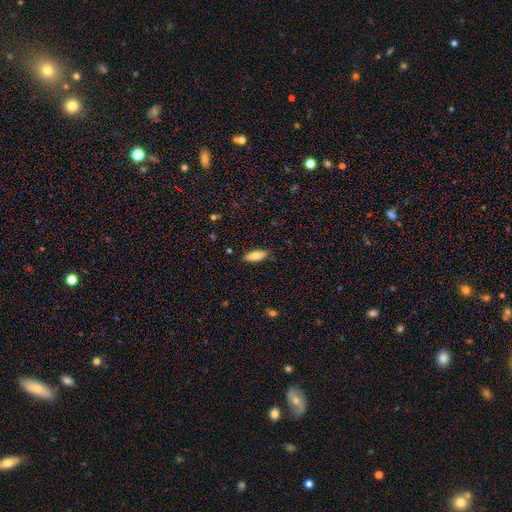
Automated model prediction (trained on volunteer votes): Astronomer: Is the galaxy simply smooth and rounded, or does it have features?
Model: smooth — 74%.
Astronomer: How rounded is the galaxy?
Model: in between — 64%.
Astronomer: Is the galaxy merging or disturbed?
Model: none — 85%.